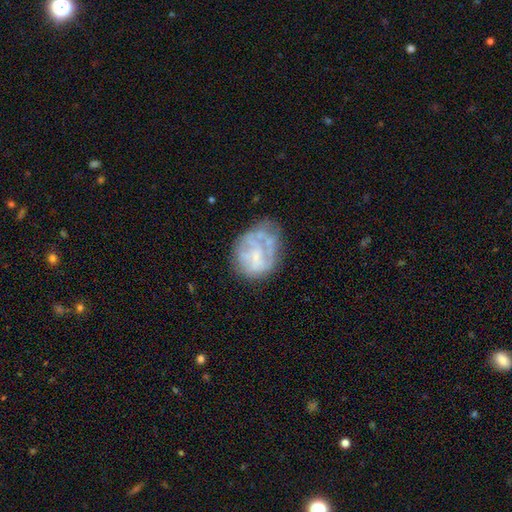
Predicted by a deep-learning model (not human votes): smooth-or-featured: featured or disk: 62% | smooth: 29% | star or artifact: 9%
  disk-edge-on: no: 98% | yes: 2%
    bar: no: 74% | weak: 21% | strong: 5%
    has-spiral-arms: no: 64% | yes: 36%
    bulge-size: none: 45% | small: 35% | moderate: 17% | large: 2% | dominant: 1%
  merging: none: 48% | minor disturbance: 25% | major disturbance: 22% | merger: 5%